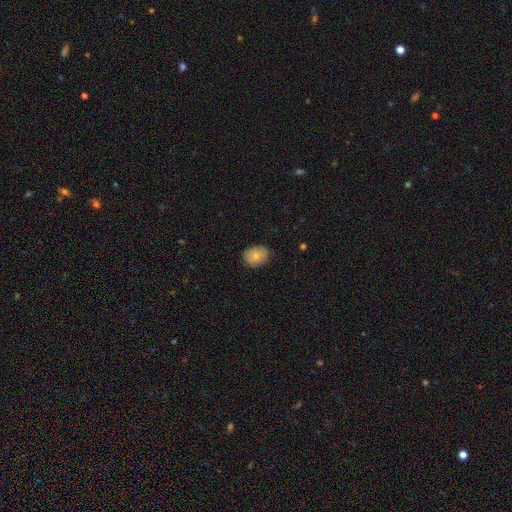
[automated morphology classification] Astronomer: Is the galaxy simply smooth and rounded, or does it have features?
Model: smooth — 79%.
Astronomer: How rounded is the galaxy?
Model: in between — 58% (runner-up: round, 41%).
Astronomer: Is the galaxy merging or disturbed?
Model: none — 82%.